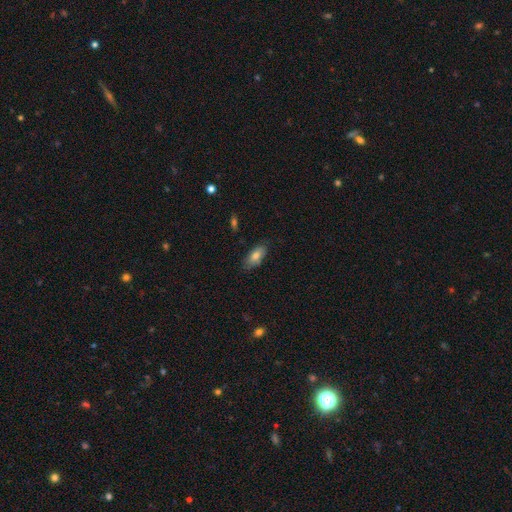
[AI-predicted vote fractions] The model was most divided on "smooth or featured": smooth: 76%, featured or disk: 17%, star or artifact: 7%. More confident: how rounded — in between (87%); merging — none (78%).